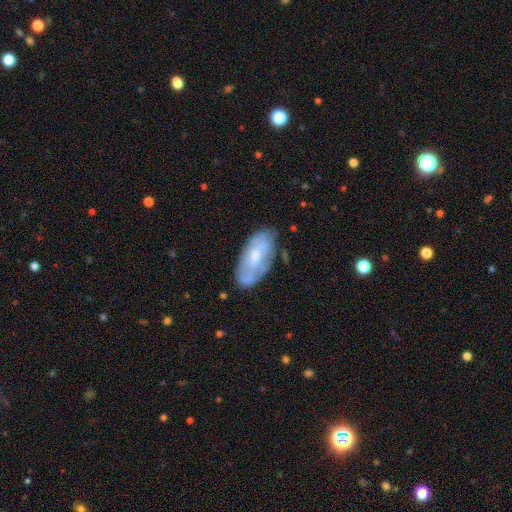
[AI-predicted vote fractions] Morphology: type=featured or disk (53%); edge-on=no (91%); merging=none (67%).